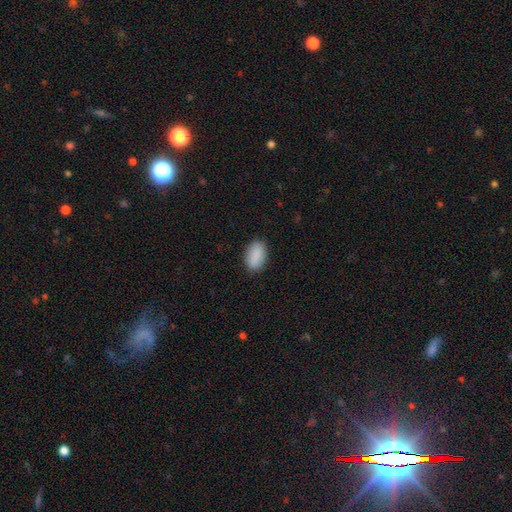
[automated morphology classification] This is clearly a smooth galaxy (89%). How rounded: clearly in between (92%). Merging: clearly none (87%).